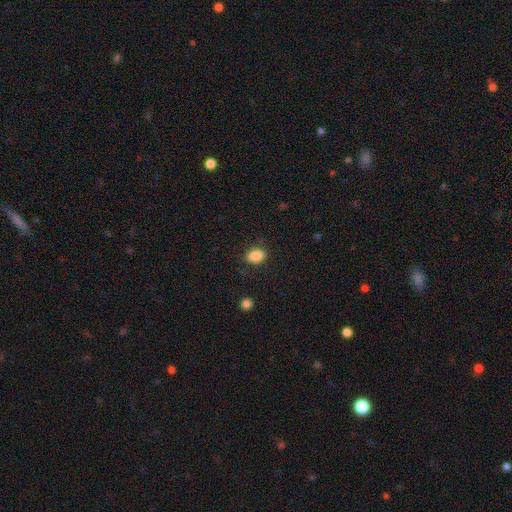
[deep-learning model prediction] smooth 87%, star or artifact 9%, featured or disk 4%. Down the decision tree: how rounded — in between (78%); merging — none (84%).